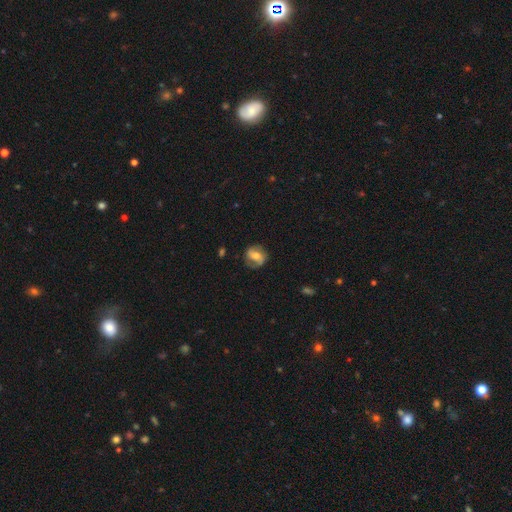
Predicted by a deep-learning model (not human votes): Smooth or featured?
  - featured or disk: 52% *
  - smooth: 40%
  - star or artifact: 8%
Edge-on disk?
  - no: 95% *
  - yes: 5%
Merging?
  - none: 76% *
  - minor disturbance: 16%
  - major disturbance: 6%
  - merger: 1%